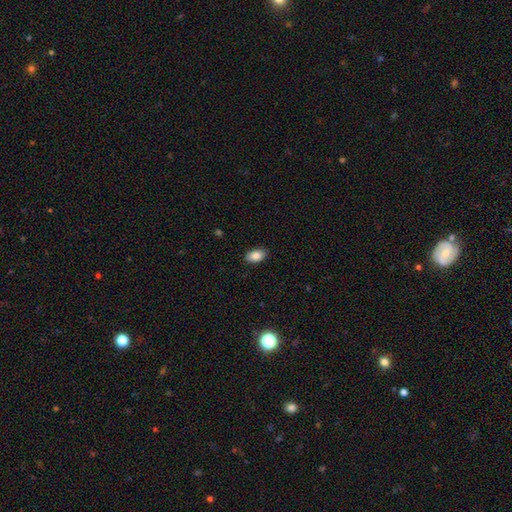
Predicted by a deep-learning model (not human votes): Smooth or featured? smooth (85%)
How rounded? in between (92%)
Merging? none (89%)